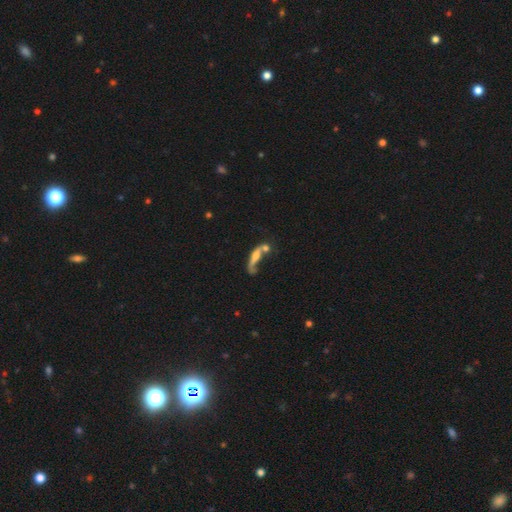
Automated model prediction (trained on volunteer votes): The model was most divided on "smooth or featured": featured or disk: 47%, smooth: 42%, star or artifact: 10%. Remaining: merging — merger (43%).